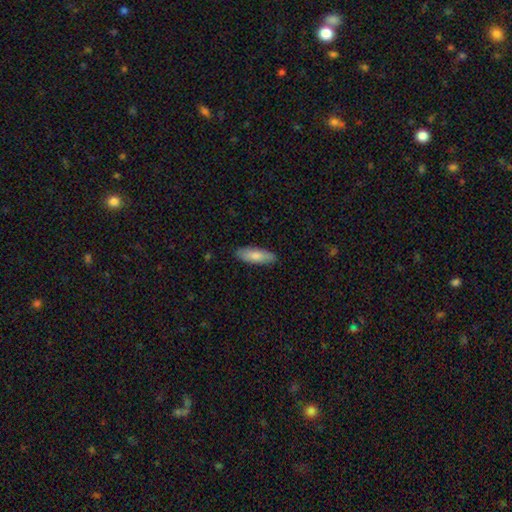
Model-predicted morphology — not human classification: Smooth or featured?
  - smooth: 80% *
  - featured or disk: 14%
  - star or artifact: 6%
How rounded?
  - in between: 57% *
  - cigar-shaped: 42%
  - round: 2%
Merging?
  - none: 86% *
  - minor disturbance: 11%
  - major disturbance: 2%
  - merger: 1%